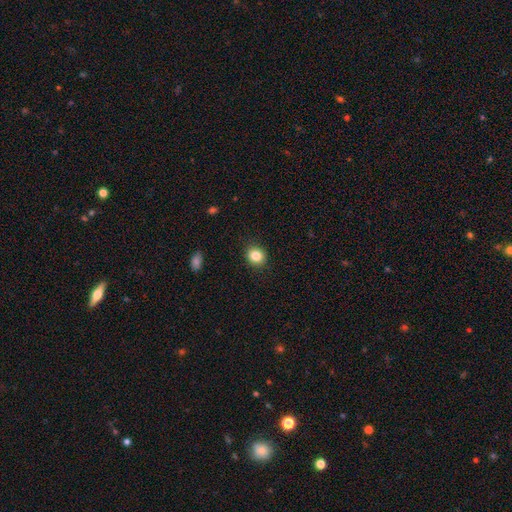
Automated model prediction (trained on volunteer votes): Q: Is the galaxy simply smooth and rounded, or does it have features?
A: smooth — 84%.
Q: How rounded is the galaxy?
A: round — 74%.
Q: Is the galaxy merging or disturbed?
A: none — 89%.